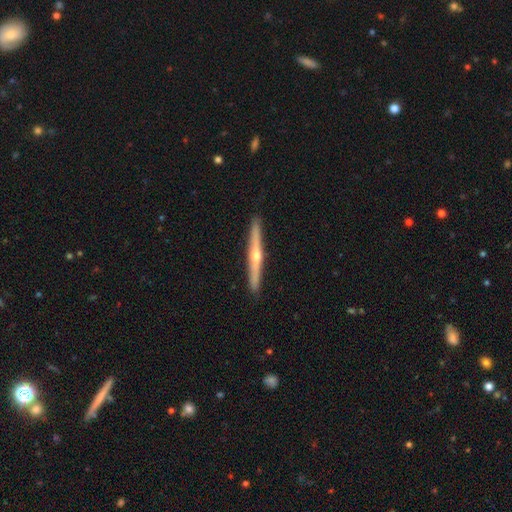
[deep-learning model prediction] Morphology: type=featured or disk (75%); edge-on=yes (98%); edge-on bulge=rounded (86%); merging=none (92%).